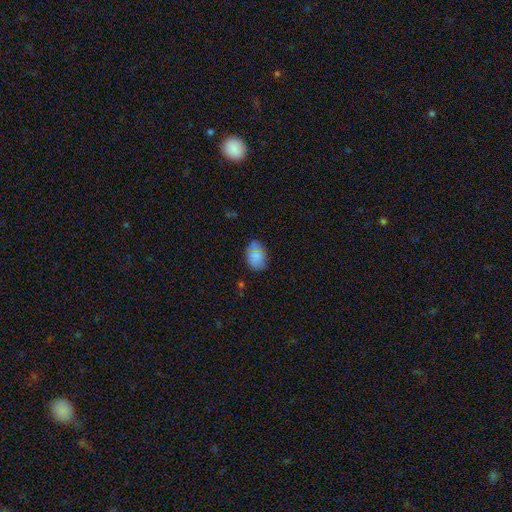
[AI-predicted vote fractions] This is clearly a smooth galaxy (82%). How rounded: clearly in between (80%). Merging: likely none (73%).